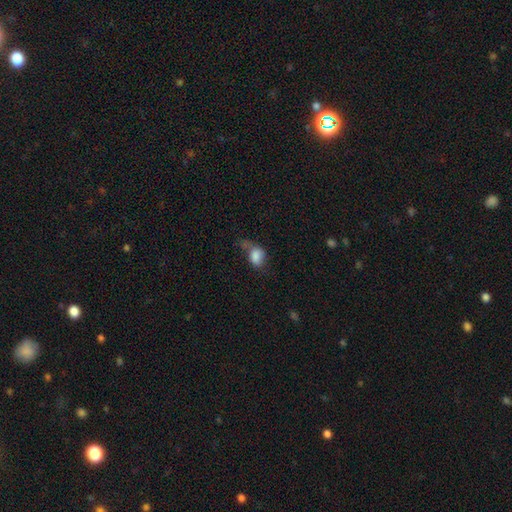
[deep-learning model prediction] Overall: smooth (80%). How rounded: in between (74%). Merging: major disturbance (31%; minor disturbance 28%).